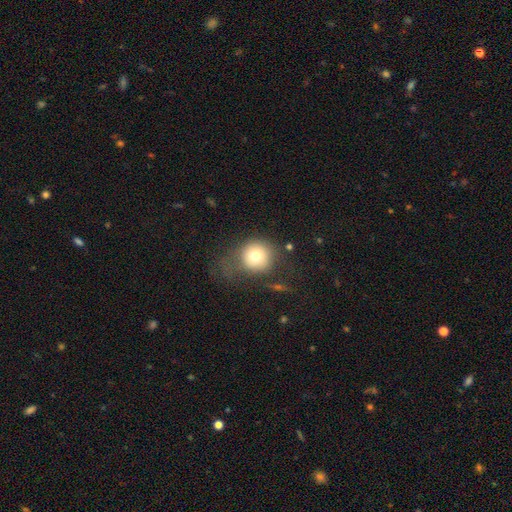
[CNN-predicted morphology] Smooth or featured? Predicted: smooth (p=0.74). How rounded? Predicted: round (p=0.90). Merging? Predicted: none (p=0.55).